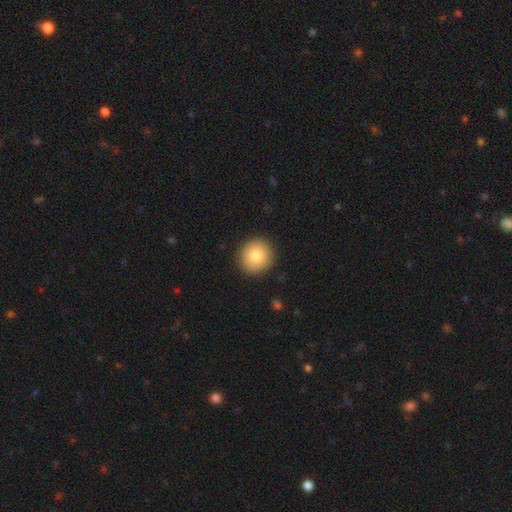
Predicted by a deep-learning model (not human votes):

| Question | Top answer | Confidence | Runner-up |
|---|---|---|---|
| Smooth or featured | smooth | 83% | featured or disk (9%) |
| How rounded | round | 91% | in between (8%) |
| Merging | none | 91% | minor disturbance (6%) |